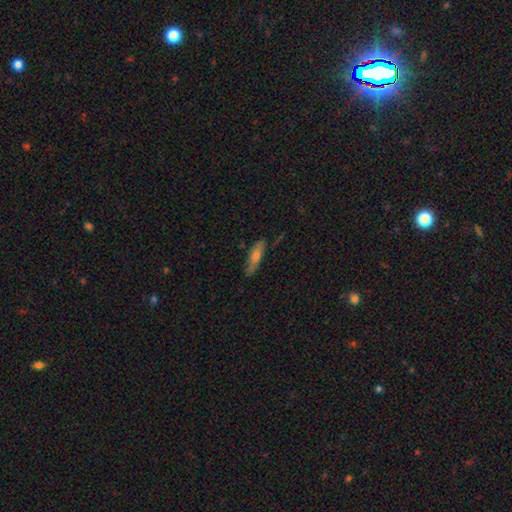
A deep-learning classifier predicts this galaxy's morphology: Smooth or featured? smooth (48%)
Merging? none (81%)